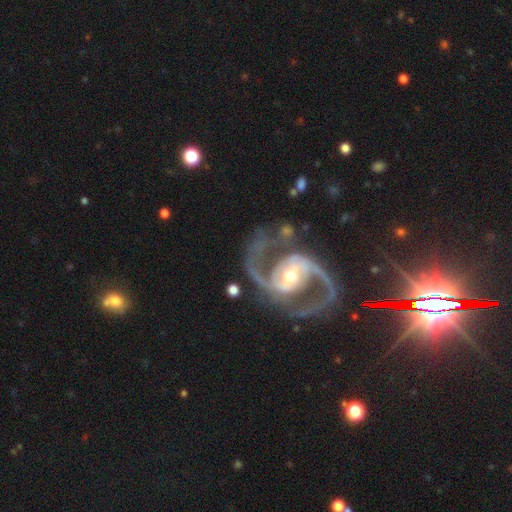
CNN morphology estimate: featured or disk 92%, star or artifact 6%, smooth 2%. Down the decision tree: edge-on disk — no (98%); bar — strong (41%); spiral arms — yes (98%); spiral arm count — 2 (94%); spiral winding — medium (66%); bulge size — moderate (49%); merging — none (76%).